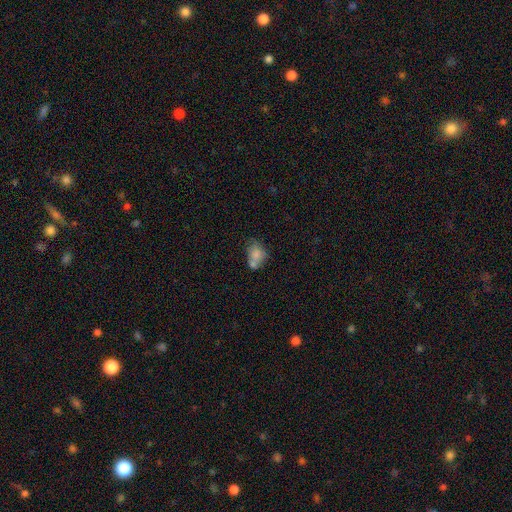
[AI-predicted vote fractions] A smooth galaxy with no disk features (73%) that is in between round and cigar-shaped (66%).

Vote fractions:
- Smooth or featured? smooth: 73% / featured or disk: 18% / star or artifact: 10%
- How rounded? in between: 66% / round: 33% / cigar-shaped: 1%
- Merging? merger: 42% / none: 30% / minor disturbance: 18% / major disturbance: 10%